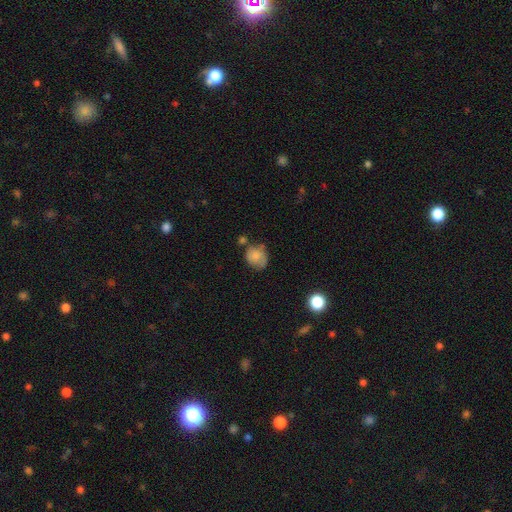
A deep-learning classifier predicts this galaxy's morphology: A smooth galaxy with no disk features (75%) that is round (63%).

Vote fractions:
- Smooth or featured? smooth: 75% / featured or disk: 16% / star or artifact: 9%
- How rounded? round: 63% / in between: 36% / cigar-shaped: 1%
- Merging? none: 47% / minor disturbance: 31% / major disturbance: 12% / merger: 11%